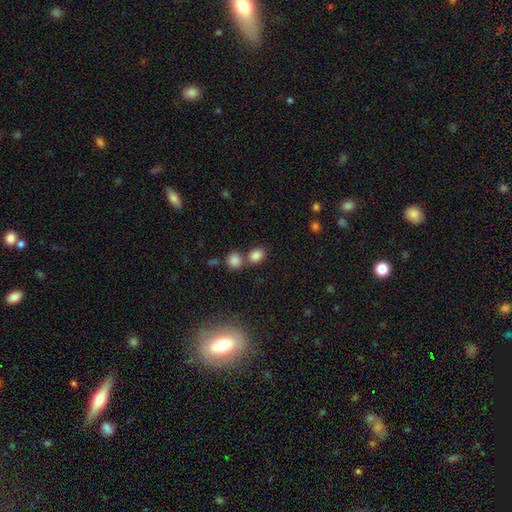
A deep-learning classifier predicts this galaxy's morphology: smooth 83%, star or artifact 11%, featured or disk 6%. Down the decision tree: how rounded — round (50%); merging — none (58%).